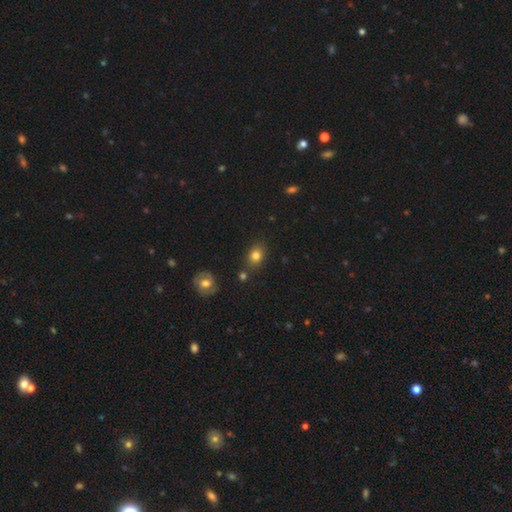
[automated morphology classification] A smooth galaxy with no disk features (81%) that is in between round and cigar-shaped (58%).

Vote fractions:
- Smooth or featured? smooth: 81% / star or artifact: 11% / featured or disk: 8%
- How rounded? in between: 58% / round: 41% / cigar-shaped: 1%
- Merging? none: 77% / minor disturbance: 14% / merger: 6% / major disturbance: 3%